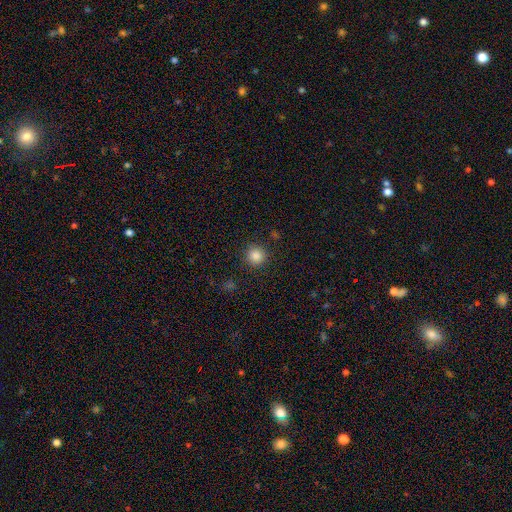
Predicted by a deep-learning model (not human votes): This is clearly a smooth galaxy (86%). How rounded: clearly round (94%). Merging: clearly none (90%).